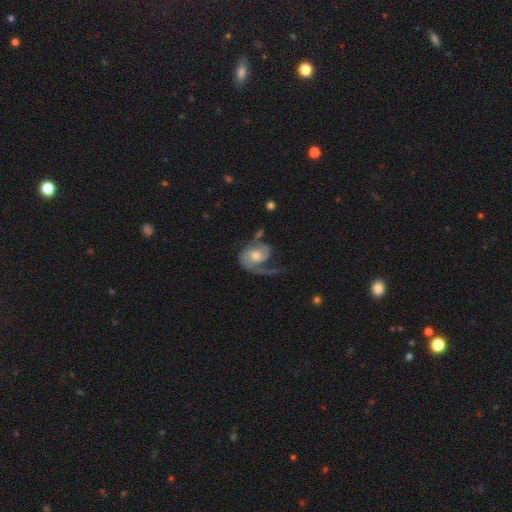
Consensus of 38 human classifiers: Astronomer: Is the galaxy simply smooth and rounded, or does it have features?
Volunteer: featured or disk — 92%.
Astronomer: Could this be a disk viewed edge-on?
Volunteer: no — 97%.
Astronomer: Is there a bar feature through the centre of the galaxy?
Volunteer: no — 53% (runner-up: weak, 38%).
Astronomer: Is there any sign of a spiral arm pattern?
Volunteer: yes — 88%.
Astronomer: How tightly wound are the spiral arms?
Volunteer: loose — 53% (runner-up: medium, 40%).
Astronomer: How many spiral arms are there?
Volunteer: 2 — 97%.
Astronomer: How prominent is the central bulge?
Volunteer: moderate — 79%.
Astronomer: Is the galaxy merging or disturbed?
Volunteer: none — 61%.